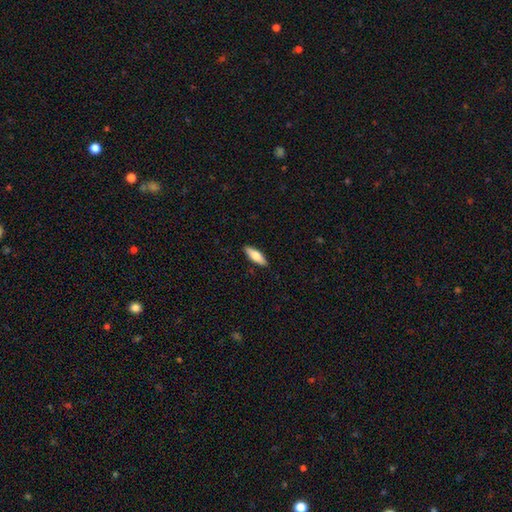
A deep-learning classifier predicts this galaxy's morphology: A smooth galaxy with no disk features (69%) that is in between round and cigar-shaped (59%).

Vote fractions:
- Smooth or featured? smooth: 69% / featured or disk: 26% / star or artifact: 6%
- How rounded? in between: 59% / cigar-shaped: 39% / round: 2%
- Merging? none: 89% / minor disturbance: 8% / major disturbance: 2% / merger: 1%